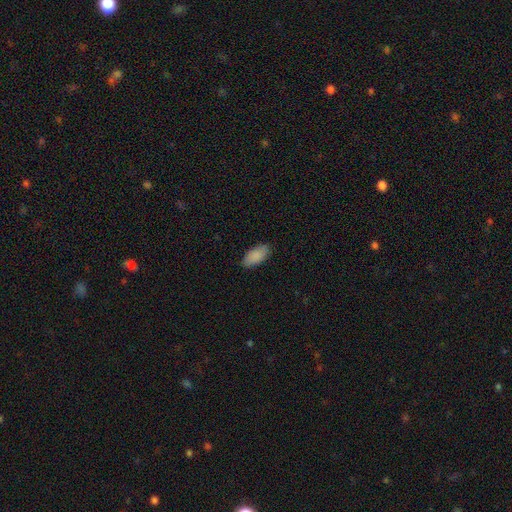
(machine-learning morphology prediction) This is clearly a smooth galaxy (89%). How rounded: clearly in between (92%). Merging: clearly none (85%).